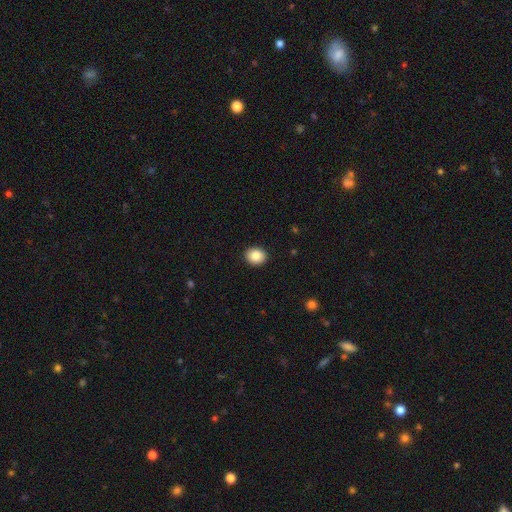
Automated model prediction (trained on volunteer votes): Morphology: type=smooth (87%); roundness=round (64%); merging=none (91%).